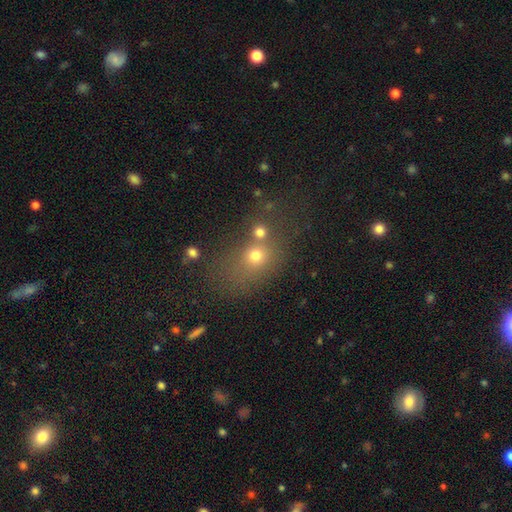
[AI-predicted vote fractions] The model was most divided on "merging": none: 46%, merger: 35%, minor disturbance: 11%, major disturbance: 8%. More confident: smooth or featured — smooth (65%); how rounded — round (56%).